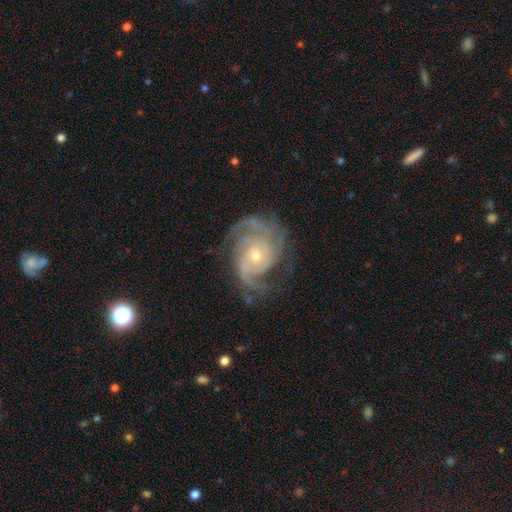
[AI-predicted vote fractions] A featured or disk galaxy (91%) with no bar (71%), 3 (34%) tight (58%) spiral arms (98%) and a small central bulge (57%). Merging: none (69%).